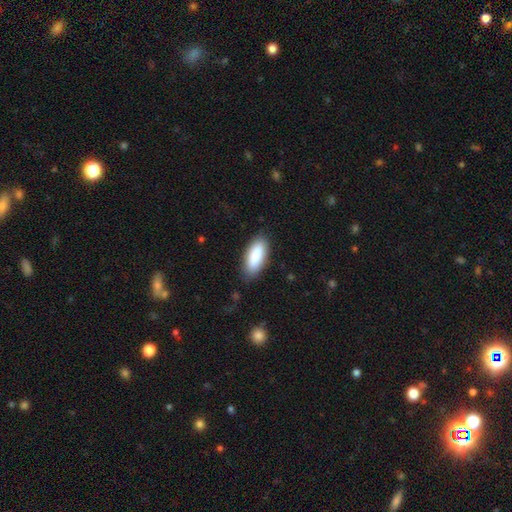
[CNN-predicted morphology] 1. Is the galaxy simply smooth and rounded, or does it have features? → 88% smooth, 7% featured or disk, 6% star or artifact.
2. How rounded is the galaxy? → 79% in between, 19% cigar-shaped, 2% round.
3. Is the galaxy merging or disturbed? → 84% none, 12% minor disturbance, 3% major disturbance, 1% merger.